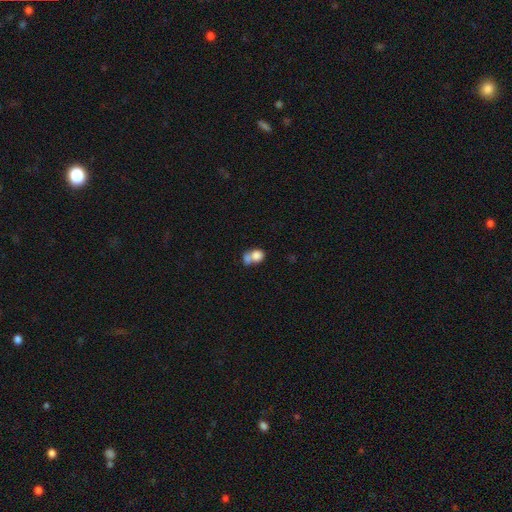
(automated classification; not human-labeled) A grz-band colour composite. It shows a smooth galaxy with no disk features (78%) that is round (54%). Merging: merger (59%).